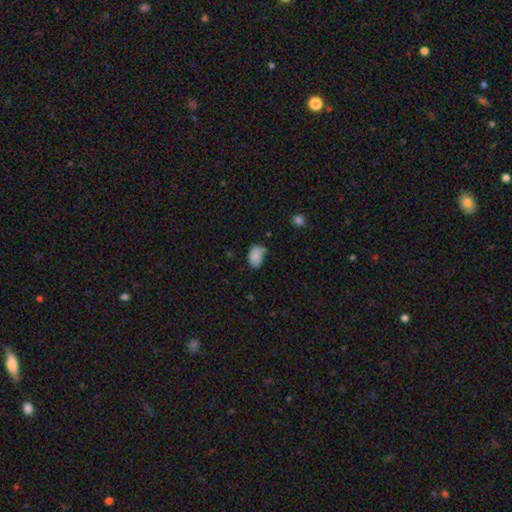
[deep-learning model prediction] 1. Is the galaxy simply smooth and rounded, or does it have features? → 83% smooth, 9% star or artifact, 8% featured or disk.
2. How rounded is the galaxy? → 85% in between, 14% round, 1% cigar-shaped.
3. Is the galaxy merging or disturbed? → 50% none, 32% minor disturbance, 10% major disturbance, 9% merger.